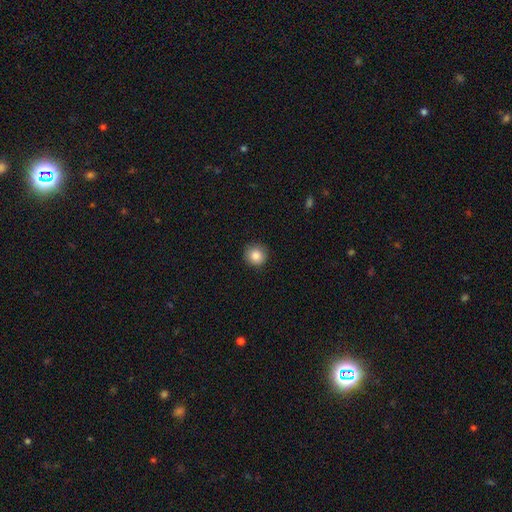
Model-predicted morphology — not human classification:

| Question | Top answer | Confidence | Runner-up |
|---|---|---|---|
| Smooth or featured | smooth | 86% | star or artifact (10%) |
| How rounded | round | 93% | in between (6%) |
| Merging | none | 91% | minor disturbance (7%) |